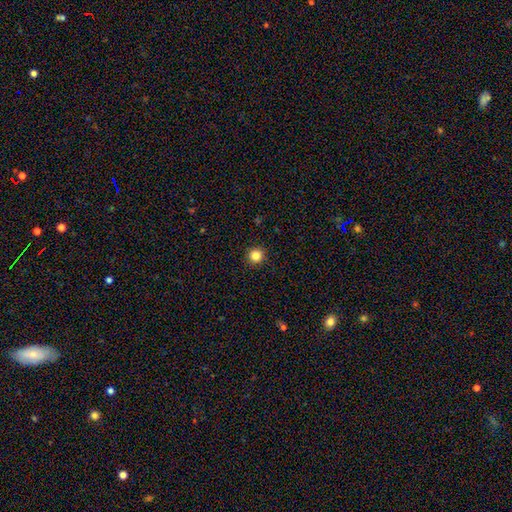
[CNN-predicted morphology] The model was most divided on "smooth or featured": smooth: 84%, star or artifact: 12%, featured or disk: 4%. More confident: how rounded — round (95%); merging — none (93%).